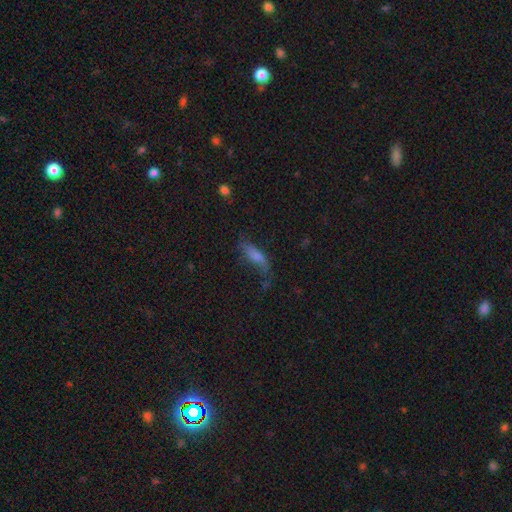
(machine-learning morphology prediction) smooth_or_featured: smooth (p=0.59) [alt: featured or disk p=0.28]
how_rounded: cigar-shaped (p=0.50) [alt: in between p=0.47]
merging: none (p=0.45) [alt: minor disturbance p=0.28]